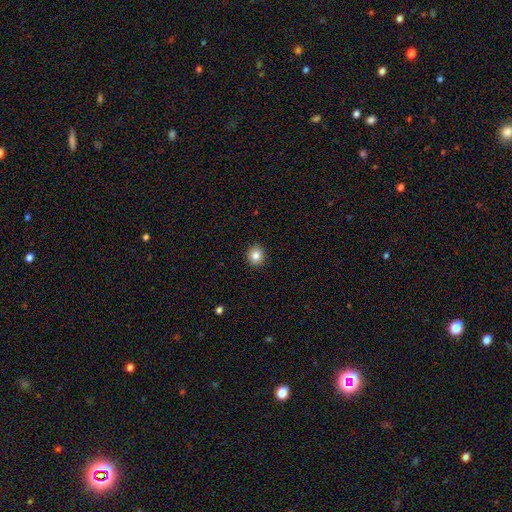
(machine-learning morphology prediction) smooth 84%, star or artifact 10%, featured or disk 6%. Down the decision tree: how rounded — round (87%); merging — none (92%).